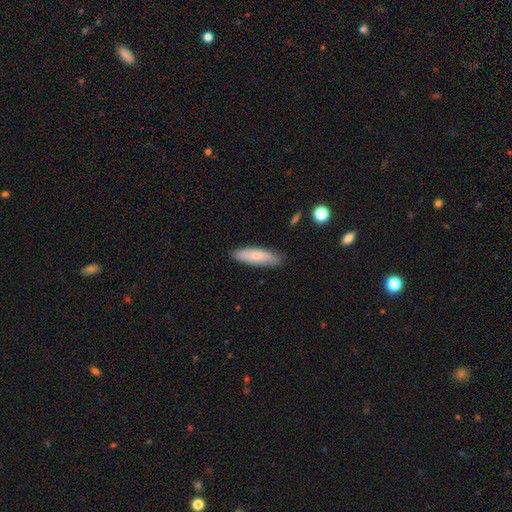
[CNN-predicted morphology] Q: Smooth or featured?
A: smooth (77%); runner-up: featured or disk (17%)
Q: How rounded?
A: cigar-shaped (61%); runner-up: in between (37%)
Q: Merging?
A: none (84%); runner-up: minor disturbance (12%)